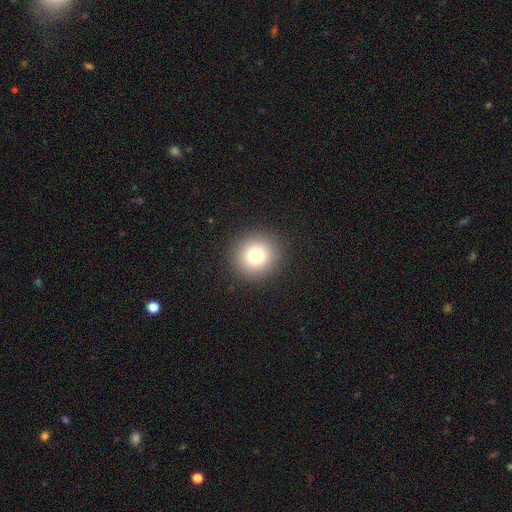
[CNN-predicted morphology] type=smooth (77%); roundness=round (93%); merging=none (91%).